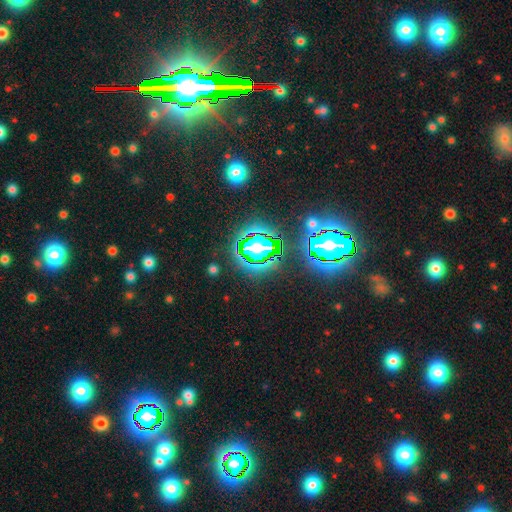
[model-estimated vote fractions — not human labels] A star or artifact, not a galaxy (82%).

Vote fractions:
- Smooth or featured? star or artifact: 82% / smooth: 10% / featured or disk: 8%